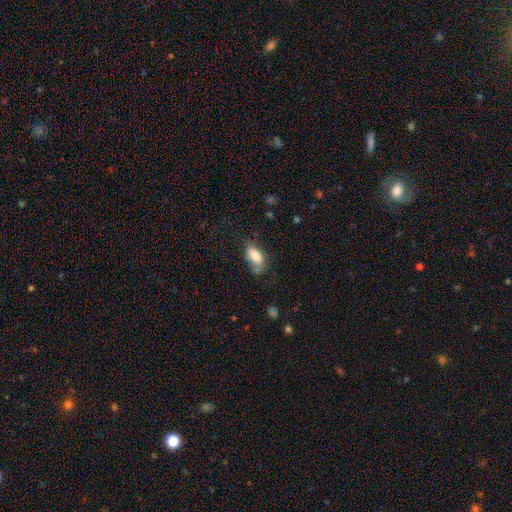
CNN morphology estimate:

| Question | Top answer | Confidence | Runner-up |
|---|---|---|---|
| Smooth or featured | smooth | 77% | featured or disk (15%) |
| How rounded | in between | 90% | cigar-shaped (6%) |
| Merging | none | 49% | minor disturbance (31%) |